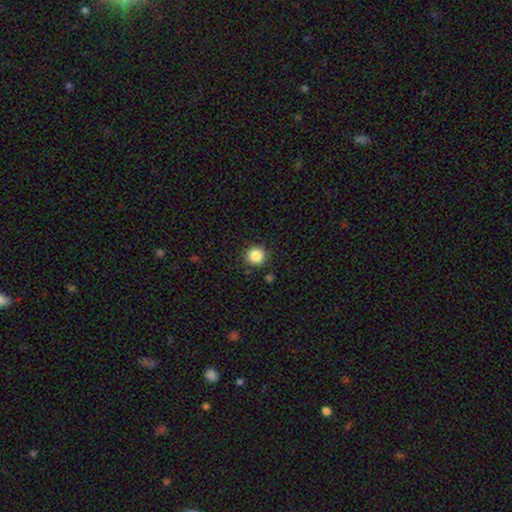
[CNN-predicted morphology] type=smooth (86%); roundness=round (93%); merging=none (89%).